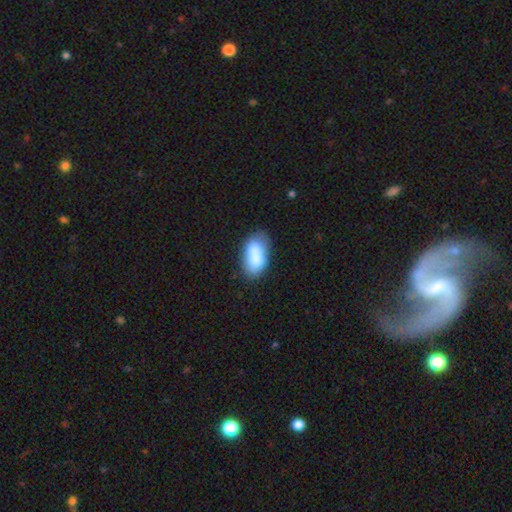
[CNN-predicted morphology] Q: Smooth or featured?
A: smooth (74%); runner-up: featured or disk (18%)
Q: How rounded?
A: in between (92%); runner-up: round (5%)
Q: Merging?
A: none (49%); runner-up: merger (25%)